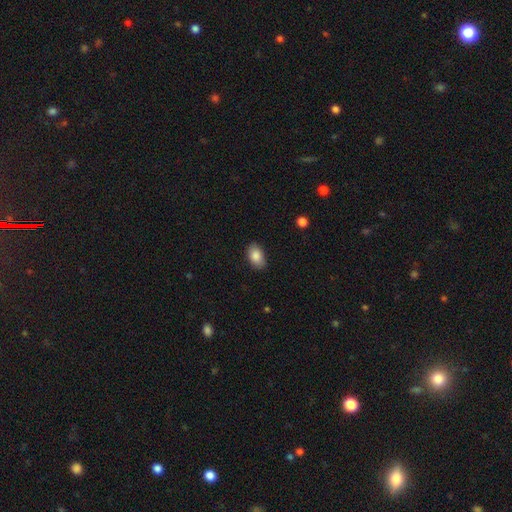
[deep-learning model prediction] smooth-or-featured: smooth: 87% | star or artifact: 7% | featured or disk: 6%
  how-rounded: in between: 90% | round: 9% | cigar-shaped: 1%
  merging: none: 85% | minor disturbance: 11% | major disturbance: 2% | merger: 1%